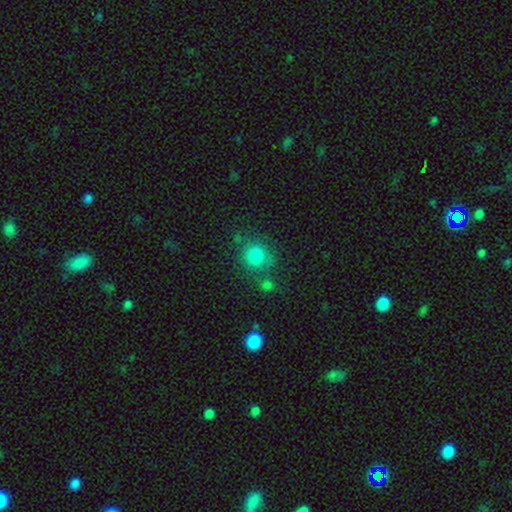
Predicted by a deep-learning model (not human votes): Smooth or featured? Predicted: smooth (p=0.81). How rounded? Predicted: round (p=0.86). Merging? Predicted: none (p=0.65).